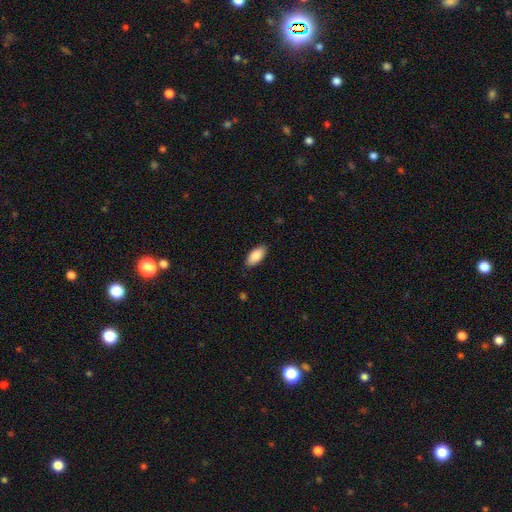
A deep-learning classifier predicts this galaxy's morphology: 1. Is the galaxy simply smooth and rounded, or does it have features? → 89% smooth, 6% star or artifact, 5% featured or disk.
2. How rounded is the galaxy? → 92% in between, 7% cigar-shaped, 2% round.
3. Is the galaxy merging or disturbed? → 87% none, 10% minor disturbance, 2% major disturbance, 1% merger.